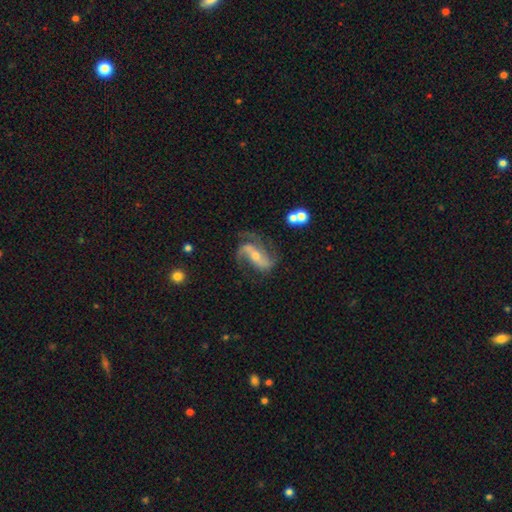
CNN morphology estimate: The model was most divided on "spiral winding" (2-way tie): medium: 42%, loose: 42%, tight: 16%. Remaining: spiral arms — yes (96%); edge-on disk — no (95%); smooth or featured — featured or disk (86%); spiral arm count — 2 (69%); merging — none (59%); bulge size — small (53%); bar — strong (41%).